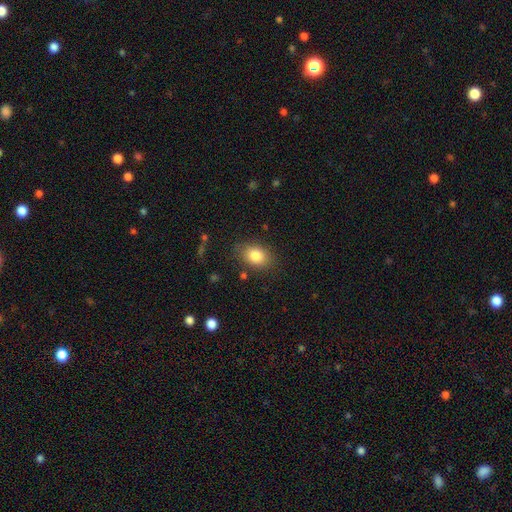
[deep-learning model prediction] Overall: smooth (83%). How rounded: in between (74%). Merging: none (83%).